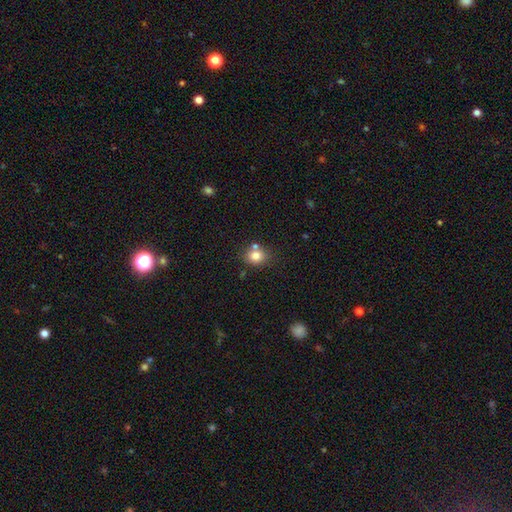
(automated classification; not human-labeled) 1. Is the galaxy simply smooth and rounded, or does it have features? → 80% smooth, 12% star or artifact, 9% featured or disk.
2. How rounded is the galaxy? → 69% round, 30% in between, 1% cigar-shaped.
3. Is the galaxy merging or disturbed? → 66% none, 19% merger, 12% minor disturbance, 3% major disturbance.